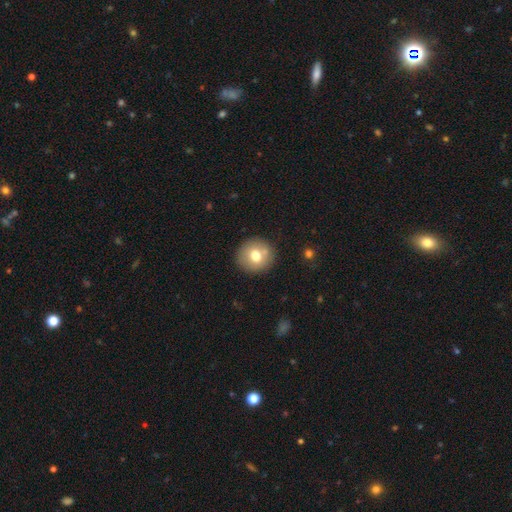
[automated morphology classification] type=smooth (72%); roundness=round (92%); merging=none (84%).